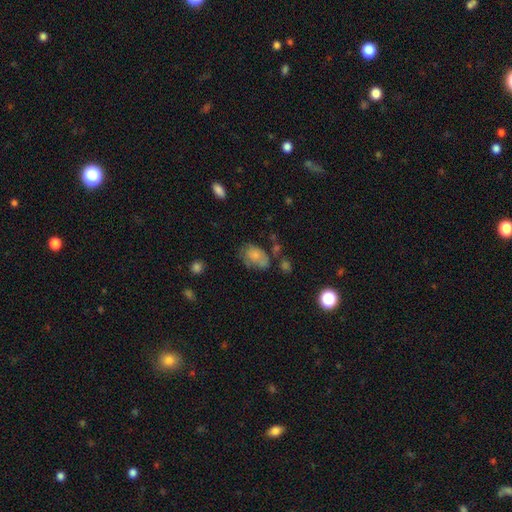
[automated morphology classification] Smooth or featured? smooth (70%)
How rounded? in between (79%)
Merging? none (42%)